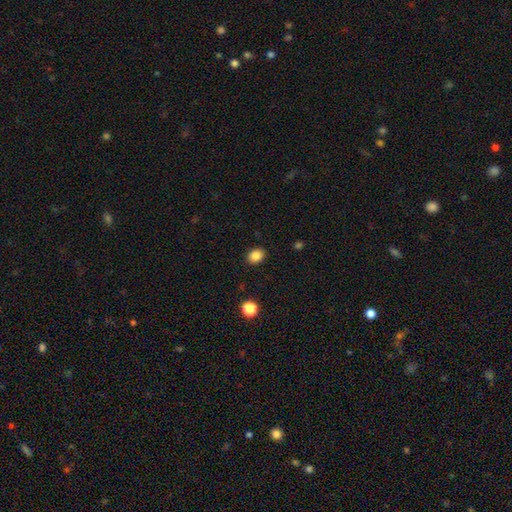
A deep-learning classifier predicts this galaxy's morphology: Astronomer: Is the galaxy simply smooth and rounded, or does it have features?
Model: smooth — 85%.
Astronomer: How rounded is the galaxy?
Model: round — 52% (runner-up: in between, 47%).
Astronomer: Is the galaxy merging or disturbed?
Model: none — 89%.